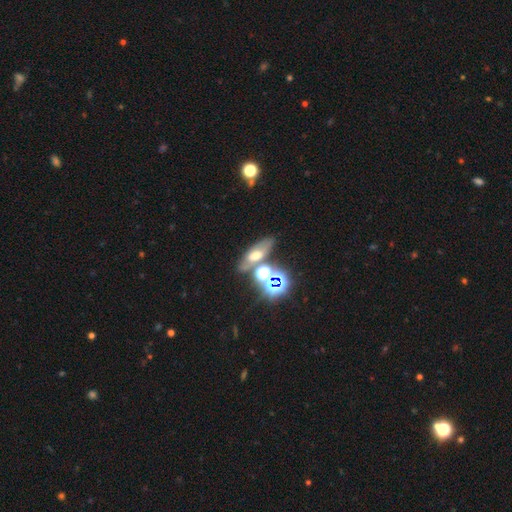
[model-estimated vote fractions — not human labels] smooth-or-featured: smooth: 40% | star or artifact: 33% | featured or disk: 27%
  merging: none: 59% | merger: 22% | minor disturbance: 13% | major disturbance: 7%